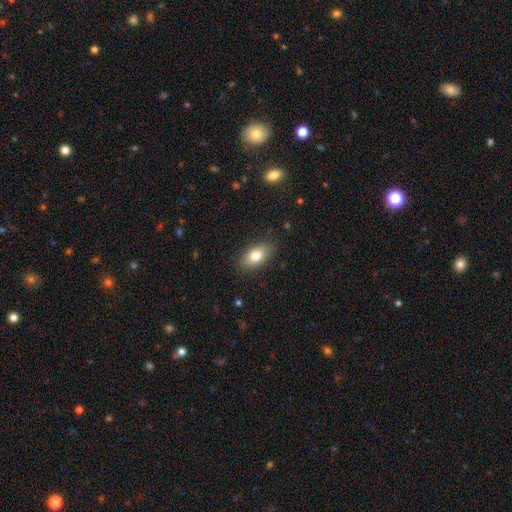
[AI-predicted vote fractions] smooth_or_featured: smooth (p=0.77) [alt: featured or disk p=0.15]
how_rounded: in between (p=0.87) [alt: round p=0.07]
merging: none (p=0.86) [alt: minor disturbance p=0.10]